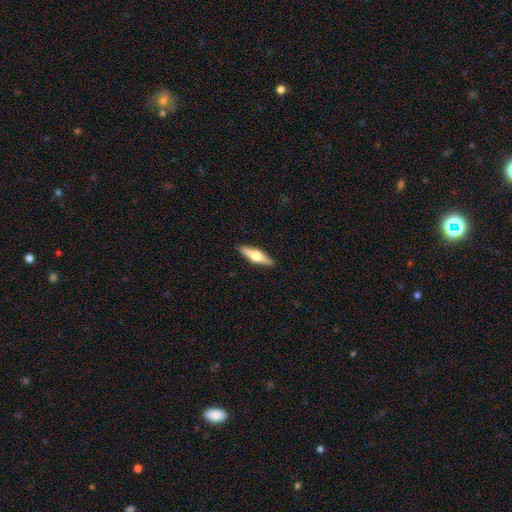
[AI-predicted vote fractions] The model was most divided on "smooth or featured": featured or disk: 52%, smooth: 42%, star or artifact: 6%. More confident: edge-on disk — yes (95%); merging — none (91%).